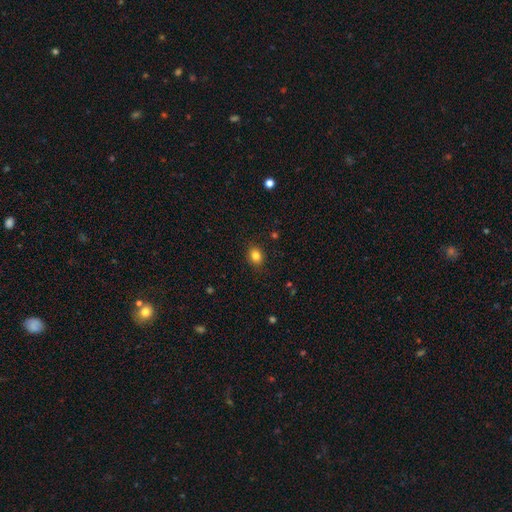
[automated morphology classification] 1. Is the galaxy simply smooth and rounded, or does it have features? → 83% smooth, 11% star or artifact, 5% featured or disk.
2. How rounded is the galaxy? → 53% round, 46% in between, 1% cigar-shaped.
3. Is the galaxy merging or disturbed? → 88% none, 9% minor disturbance, 2% major disturbance, 1% merger.